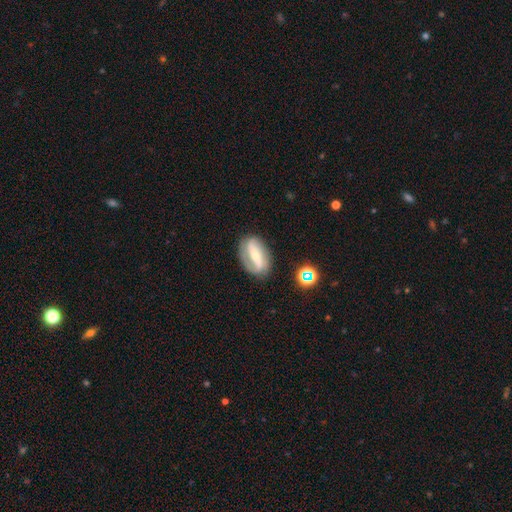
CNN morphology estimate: Smooth or featured? featured or disk (74%)
Edge-on disk? no (92%)
Bar? strong (62%)
Spiral arms? yes (84%)
Spiral winding? loose (36%, tied with medium)
Spiral arm count? 2 (82%)
Bulge size? small (58%)
Merging? none (77%)